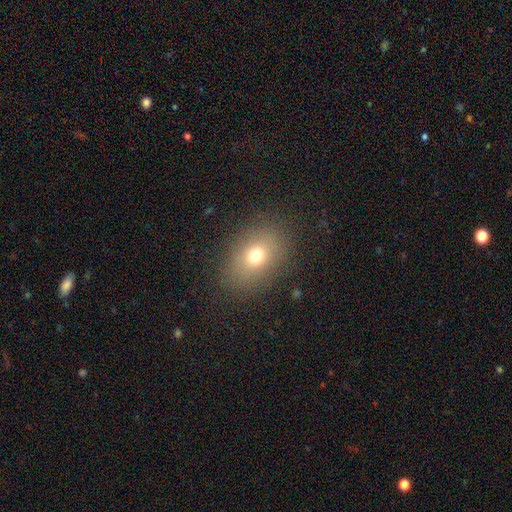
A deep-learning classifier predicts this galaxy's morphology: This appears to be a smooth galaxy with no disk features (70%) that is in between round and cigar-shaped (71%). Merging: none (86%).